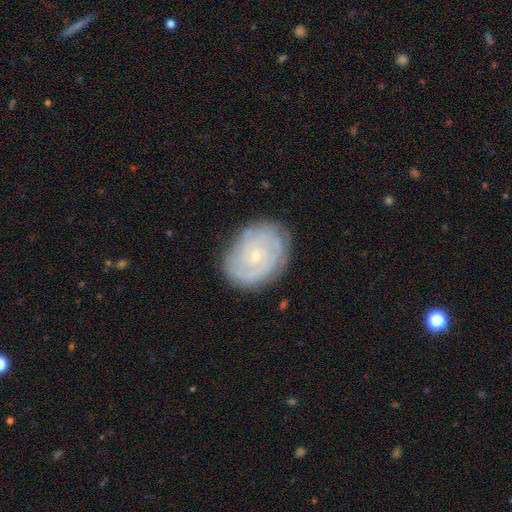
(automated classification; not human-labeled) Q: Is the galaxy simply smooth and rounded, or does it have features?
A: featured or disk — 73%.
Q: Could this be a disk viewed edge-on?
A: no — 97%.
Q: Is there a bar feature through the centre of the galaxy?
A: no — 82%.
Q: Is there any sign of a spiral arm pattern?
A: yes — 88%.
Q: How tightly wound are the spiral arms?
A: tight — 74%.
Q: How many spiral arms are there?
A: can't tell — 45%.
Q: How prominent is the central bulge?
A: small — 81%.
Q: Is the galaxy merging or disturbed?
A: none — 80%.